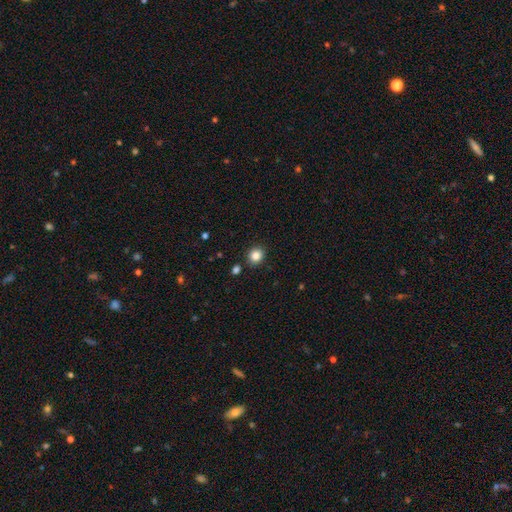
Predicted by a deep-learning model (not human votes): smooth_or_featured: smooth (p=0.85) [alt: star or artifact p=0.11]
how_rounded: round (p=0.81) [alt: in between p=0.18]
merging: none (p=0.88) [alt: minor disturbance p=0.07]